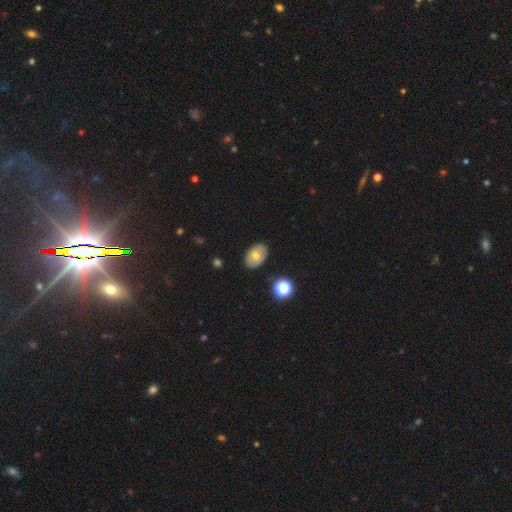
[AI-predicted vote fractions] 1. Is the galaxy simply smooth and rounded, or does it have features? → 66% smooth, 24% featured or disk, 10% star or artifact.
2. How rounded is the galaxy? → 83% in between, 16% round, 1% cigar-shaped.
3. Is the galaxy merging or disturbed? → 84% none, 12% minor disturbance, 3% major disturbance, 2% merger.